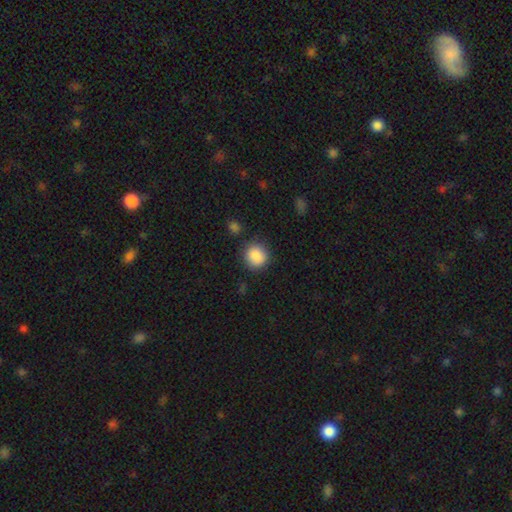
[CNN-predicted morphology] Smooth or featured: smooth — 88% (star or artifact — 8%)
How rounded: round — 88% (in between — 11%)
Merging: none — 85% (minor disturbance — 10%)